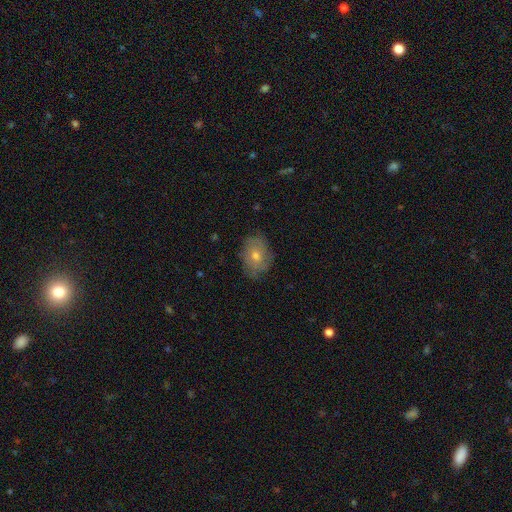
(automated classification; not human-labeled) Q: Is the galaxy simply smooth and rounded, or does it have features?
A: smooth — 49%.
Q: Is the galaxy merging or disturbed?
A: none — 77%.